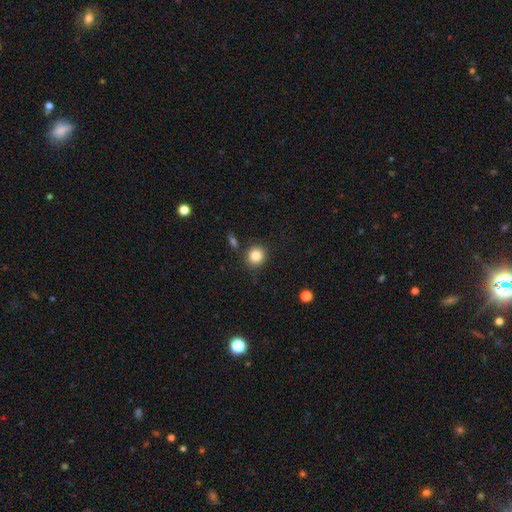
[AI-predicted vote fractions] Smooth or featured: smooth — 84% (star or artifact — 10%)
How rounded: round — 87% (in between — 12%)
Merging: none — 83% (minor disturbance — 10%)